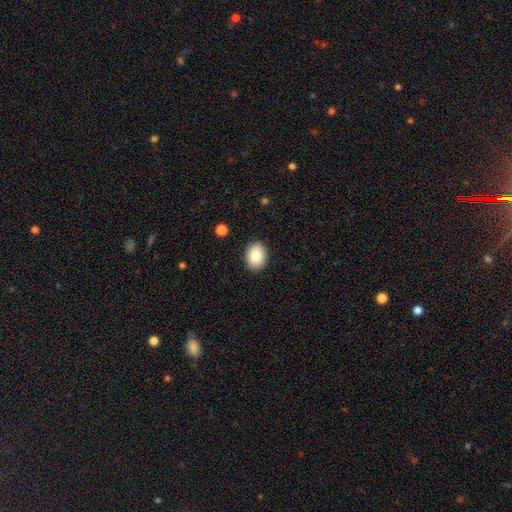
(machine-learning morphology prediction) type=smooth (85%); roundness=in between (68%); merging=none (89%).